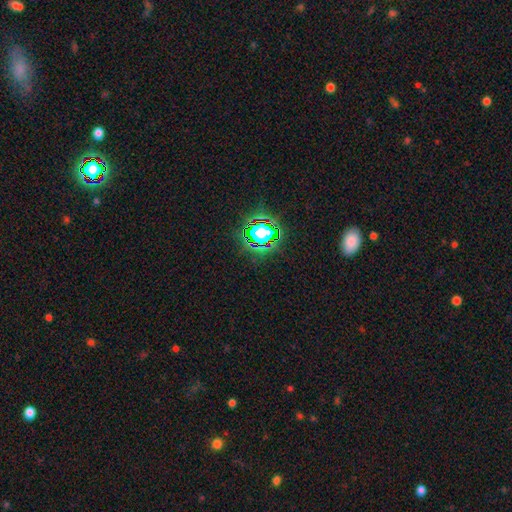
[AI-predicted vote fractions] Smooth or featured: star or artifact — 78% (smooth — 14%)